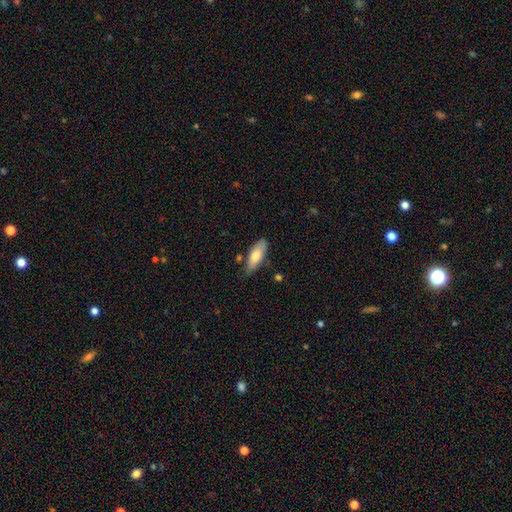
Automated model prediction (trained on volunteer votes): The model was most divided on "merging": none: 71%, minor disturbance: 22%, merger: 4%, major disturbance: 4%. More confident: how rounded — in between (74%); smooth or featured — smooth (73%).